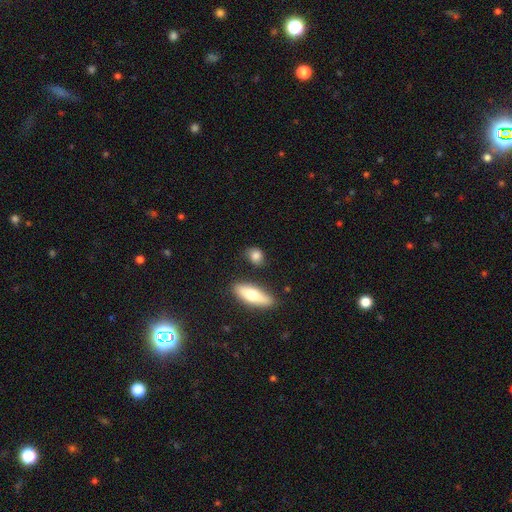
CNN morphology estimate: Q: Smooth or featured?
A: smooth (81%); runner-up: featured or disk (11%)
Q: How rounded?
A: in between (50%); runner-up: round (43%)
Q: Merging?
A: none (71%); runner-up: minor disturbance (18%)